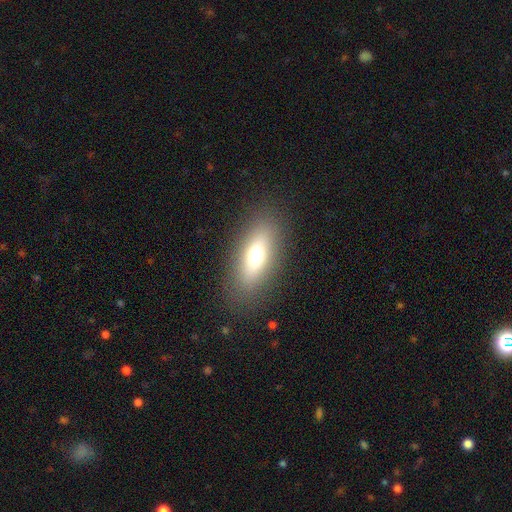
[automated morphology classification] smooth_or_featured: smooth (p=0.66) [alt: featured or disk p=0.22]
how_rounded: in between (p=0.76) [alt: cigar-shaped p=0.17]
merging: none (p=0.85) [alt: minor disturbance p=0.09]